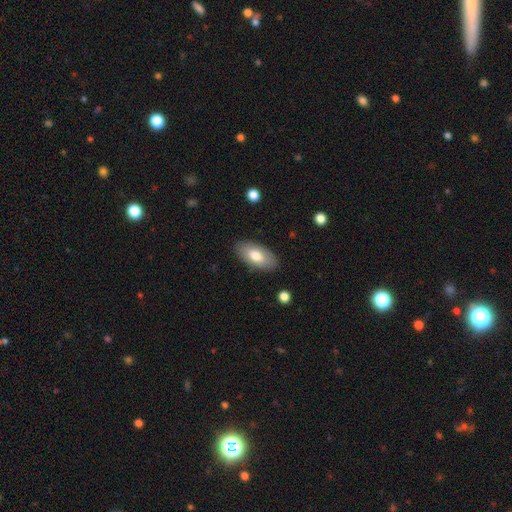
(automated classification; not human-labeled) Q: Smooth or featured?
A: smooth (74%); runner-up: featured or disk (20%)
Q: How rounded?
A: in between (92%); runner-up: cigar-shaped (5%)
Q: Merging?
A: none (86%); runner-up: minor disturbance (10%)